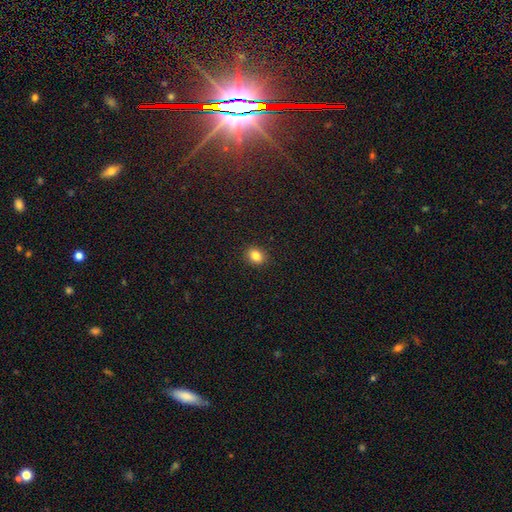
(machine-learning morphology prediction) Smooth or featured? smooth (84%)
How rounded? round (51%)
Merging? none (91%)